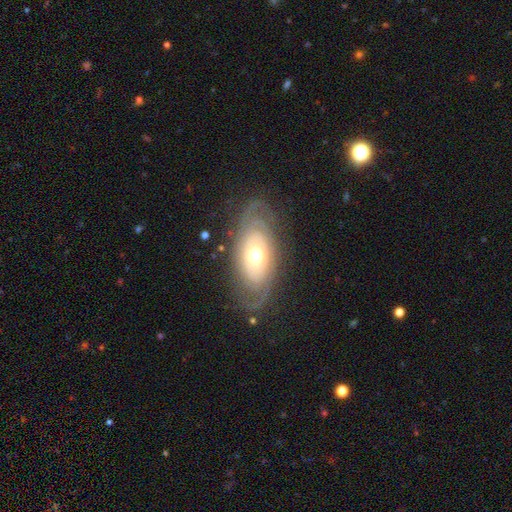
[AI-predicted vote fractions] Q: Smooth or featured?
A: featured or disk (79%); runner-up: smooth (15%)
Q: Edge-on disk?
A: no (92%); runner-up: yes (8%)
Q: Bar?
A: no (82%); runner-up: weak (13%)
Q: Spiral arms?
A: yes (84%); runner-up: no (16%)
Q: Spiral winding?
A: tight (65%); runner-up: medium (24%)
Q: Spiral arm count?
A: 2 (39%); runner-up: can't tell (37%)
Q: Bulge size?
A: moderate (65%); runner-up: small (25%)
Q: Merging?
A: none (75%); runner-up: minor disturbance (15%)